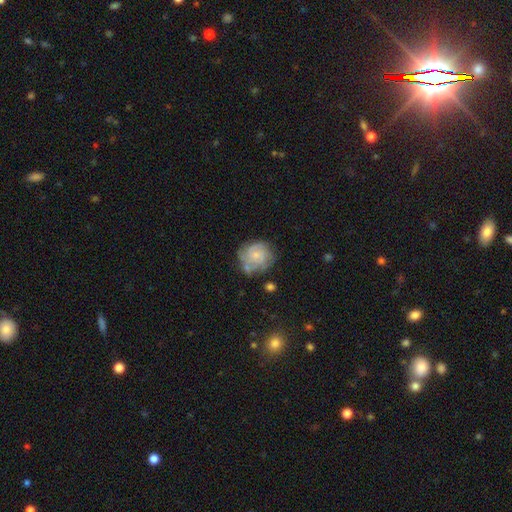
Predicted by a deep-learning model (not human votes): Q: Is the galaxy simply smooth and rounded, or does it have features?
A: featured or disk — 60%.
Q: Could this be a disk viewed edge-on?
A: no — 98%.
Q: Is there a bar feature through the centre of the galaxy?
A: no — 74%.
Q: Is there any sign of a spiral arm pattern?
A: yes — 81%.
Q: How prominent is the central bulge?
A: small — 60%.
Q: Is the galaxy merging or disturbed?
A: none — 57%.